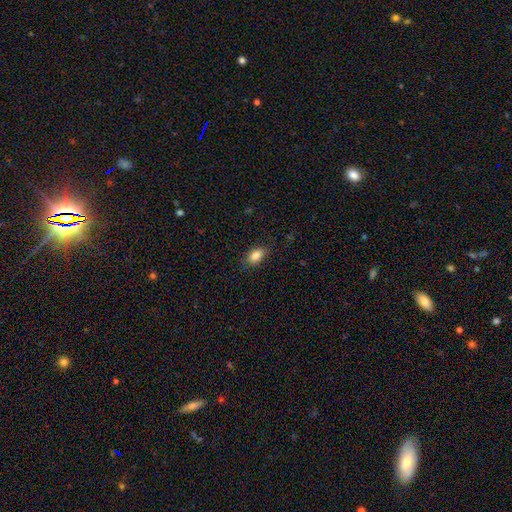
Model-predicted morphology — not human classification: Overall: smooth (84%). How rounded: in between (85%). Merging: none (83%).